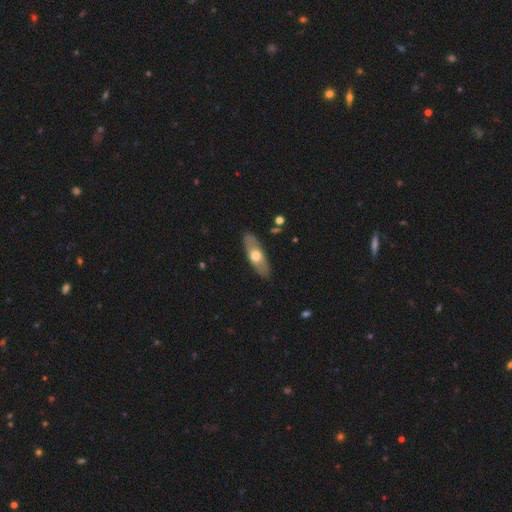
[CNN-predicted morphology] type=smooth (50%); merging=none (86%).